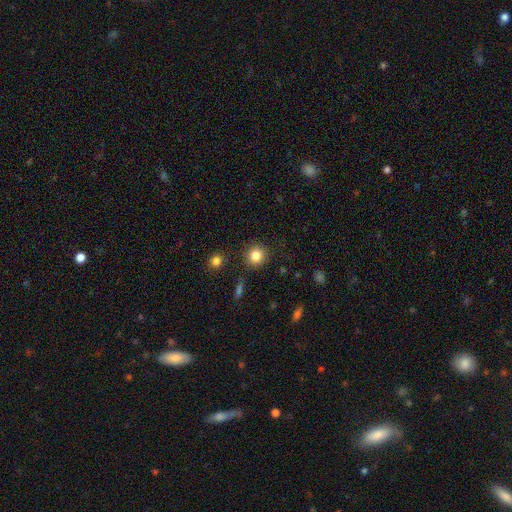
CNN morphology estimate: type=smooth (83%); roundness=round (93%); merging=none (88%).